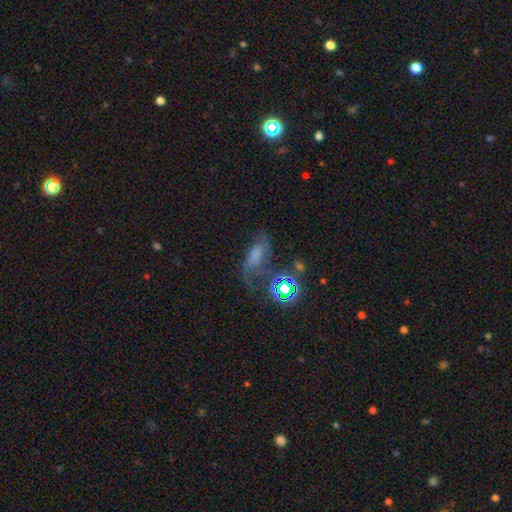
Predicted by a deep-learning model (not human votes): Morphology: type=smooth (39%); merging=none (37%).